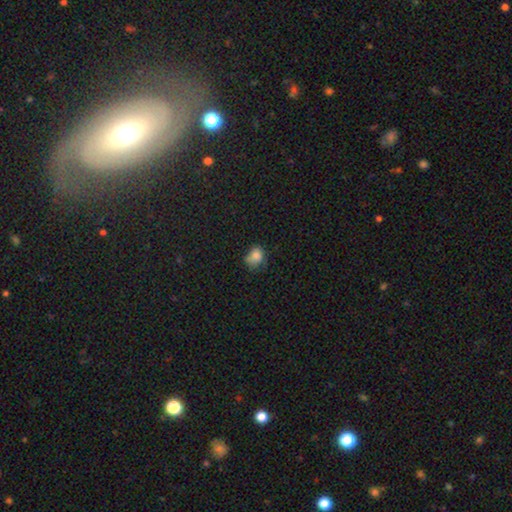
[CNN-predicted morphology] The model was most divided on "how rounded": round: 54%, in between: 45%, cigar-shaped: 1%. Remaining: smooth or featured — smooth (80%); merging — none (45%).